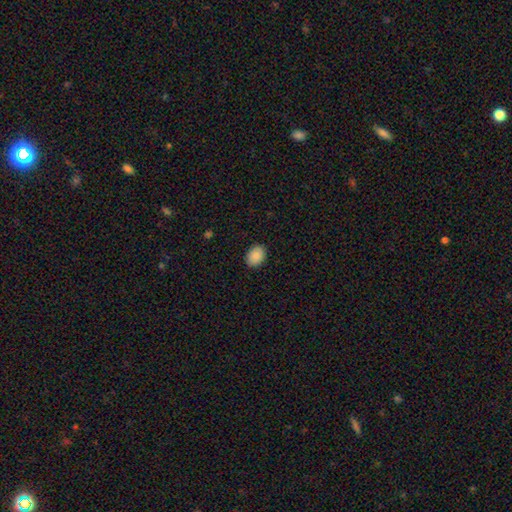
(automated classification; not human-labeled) smooth_or_featured: smooth (p=0.89) [alt: star or artifact p=0.08]
how_rounded: in between (p=0.69) [alt: round p=0.31]
merging: none (p=0.89) [alt: minor disturbance p=0.08]